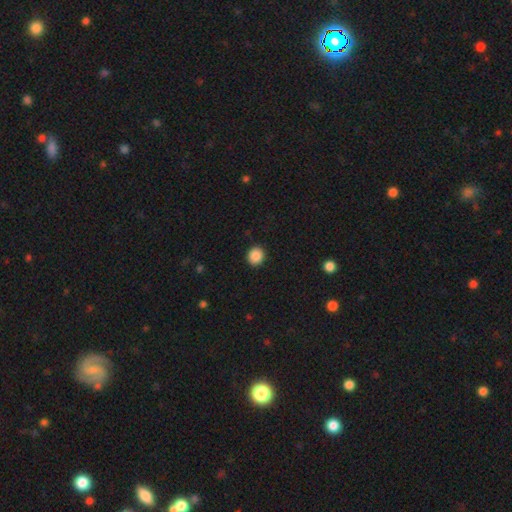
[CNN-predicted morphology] A smooth galaxy with no disk features (87%) that is round (84%).

Vote fractions:
- Smooth or featured? smooth: 87% / star or artifact: 9% / featured or disk: 4%
- How rounded? round: 84% / in between: 15% / cigar-shaped: 1%
- Merging? none: 92% / minor disturbance: 5% / major disturbance: 2% / merger: 1%